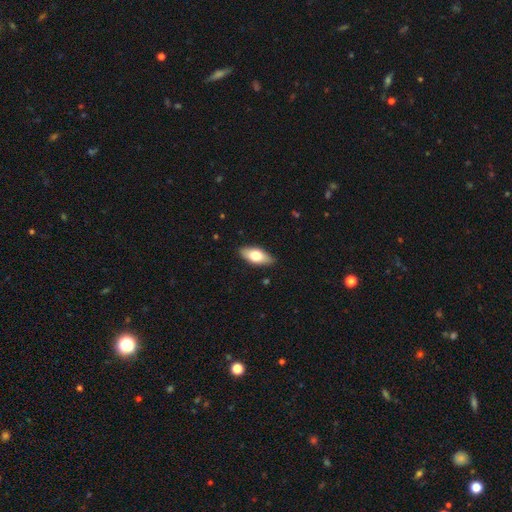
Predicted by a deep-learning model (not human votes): Smooth or featured? smooth (69%)
How rounded? in between (86%)
Merging? none (87%)